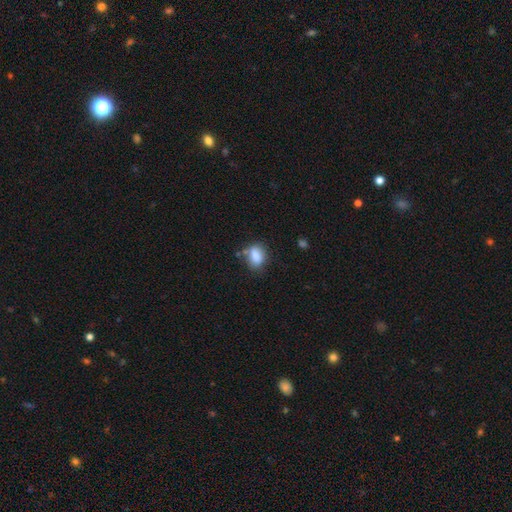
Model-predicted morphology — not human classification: A smooth galaxy with no disk features (83%) that is in between round and cigar-shaped (74%).

Vote fractions:
- Smooth or featured? smooth: 83% / star or artifact: 9% / featured or disk: 8%
- How rounded? in between: 74% / round: 24% / cigar-shaped: 2%
- Merging? none: 58% / minor disturbance: 25% / merger: 9% / major disturbance: 8%